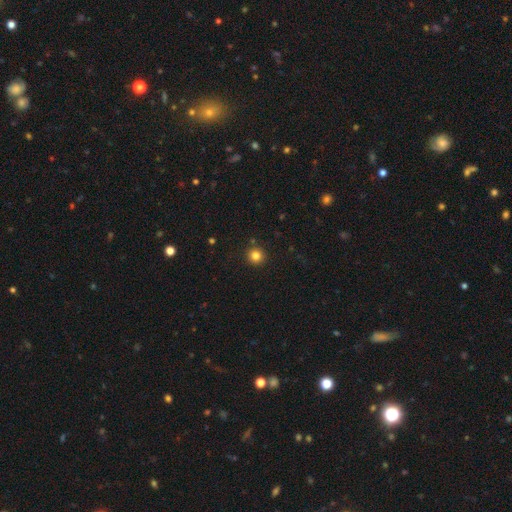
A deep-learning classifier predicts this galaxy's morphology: Overall: smooth (82%). How rounded: round (95%). Merging: none (91%).